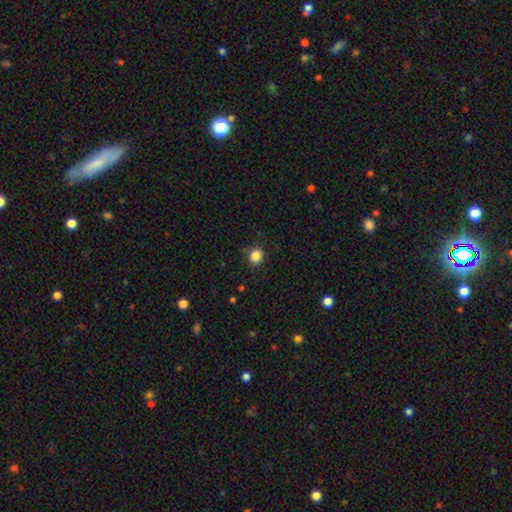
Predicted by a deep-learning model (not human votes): A smooth galaxy with no disk features (85%) that is round (69%). Merging: none (86%).